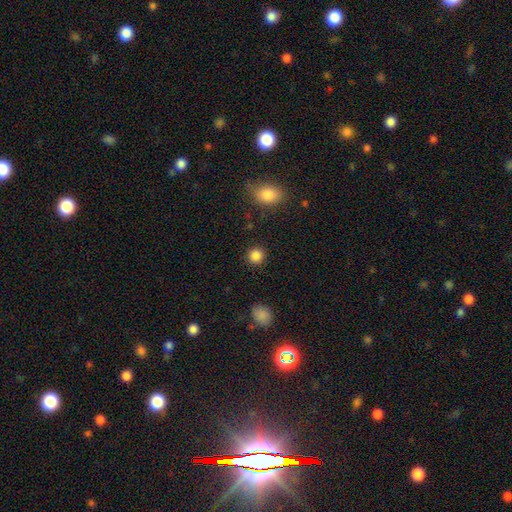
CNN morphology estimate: Smooth or featured: smooth — 86% (star or artifact — 11%)
How rounded: round — 92% (in between — 8%)
Merging: none — 90% (minor disturbance — 6%)